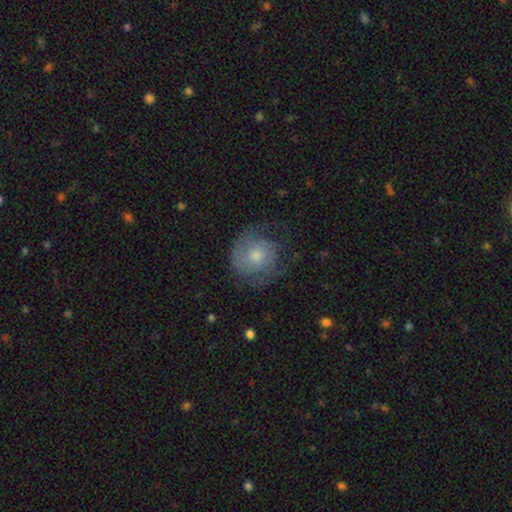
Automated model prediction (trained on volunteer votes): smooth_or_featured: smooth (p=0.50) [alt: featured or disk p=0.42]
how_rounded: round (p=0.85) [alt: in between p=0.14]
merging: none (p=0.54) [alt: minor disturbance p=0.24]